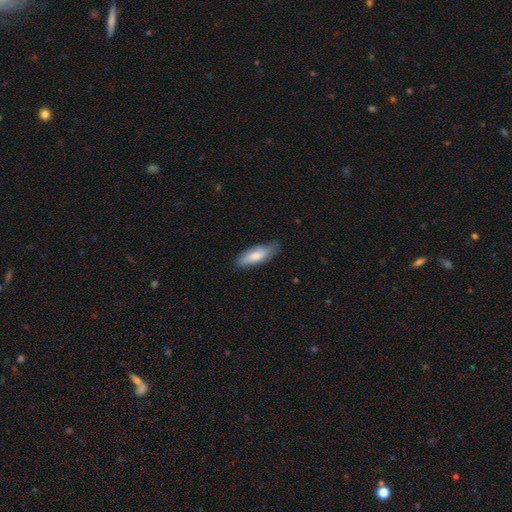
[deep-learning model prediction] A smooth galaxy with no disk features (71%) that is in between round and cigar-shaped (63%). Merging: none (69%).